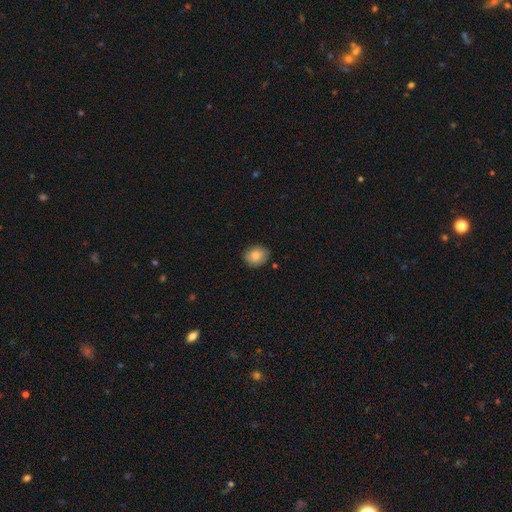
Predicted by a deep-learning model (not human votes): smooth-or-featured: smooth: 82% | featured or disk: 10% | star or artifact: 8%
  how-rounded: round: 54% | in between: 45% | cigar-shaped: 1%
  merging: none: 80% | minor disturbance: 16% | major disturbance: 3% | merger: 1%